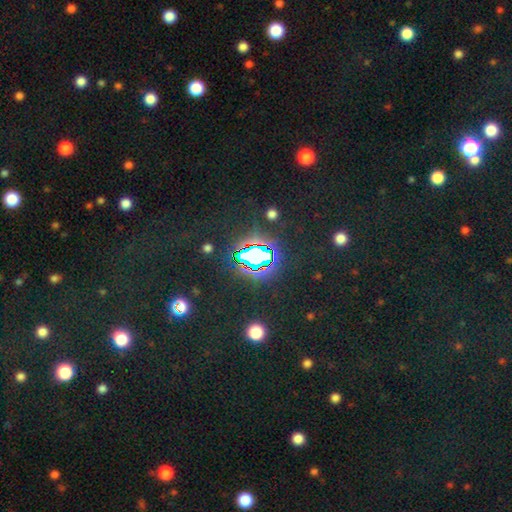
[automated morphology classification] Smooth or featured?
  - star or artifact: 71% *
  - smooth: 17%
  - featured or disk: 11%